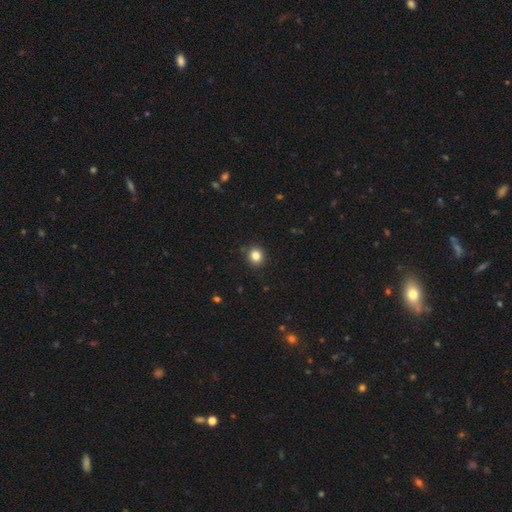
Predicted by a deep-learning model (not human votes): smooth-or-featured: smooth: 84% | star or artifact: 12% | featured or disk: 5%
  how-rounded: round: 80% | in between: 19% | cigar-shaped: 1%
  merging: none: 89% | minor disturbance: 7% | major disturbance: 2% | merger: 1%